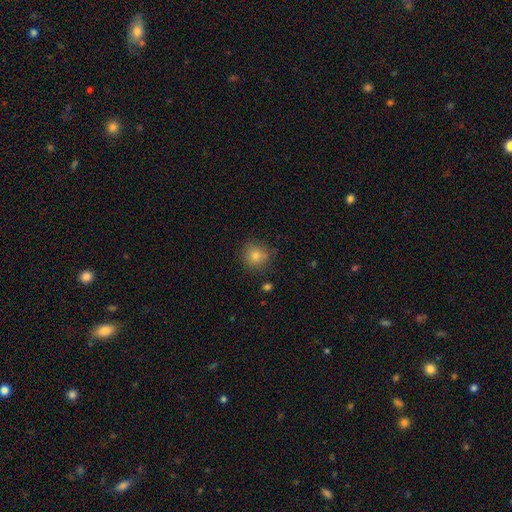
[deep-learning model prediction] smooth-or-featured: smooth: 78% | star or artifact: 14% | featured or disk: 8%
  how-rounded: round: 91% | in between: 8% | cigar-shaped: 1%
  merging: none: 84% | minor disturbance: 11% | major disturbance: 3% | merger: 2%